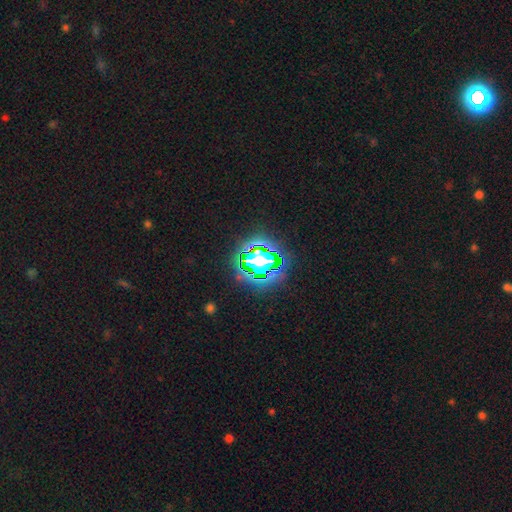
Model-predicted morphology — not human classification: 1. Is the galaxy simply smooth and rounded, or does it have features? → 77% star or artifact, 13% smooth, 9% featured or disk.